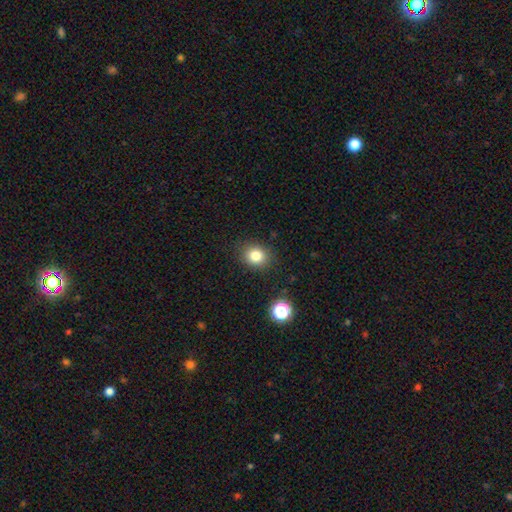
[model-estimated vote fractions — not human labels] smooth 81%, star or artifact 12%, featured or disk 7%. Down the decision tree: how rounded — round (67%); merging — none (86%).